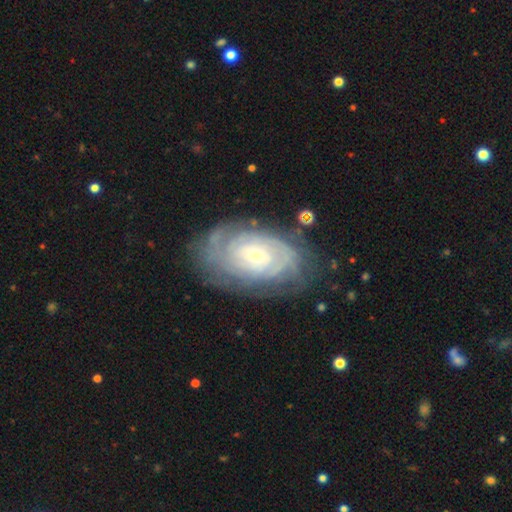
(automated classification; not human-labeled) smooth_or_featured: featured or disk (p=0.84) [alt: smooth p=0.10]
disk_edge_on: no (p=0.96) [alt: yes p=0.04]
bar: no (p=0.71) [alt: weak p=0.23]
has_spiral_arms: yes (p=0.95) [alt: no p=0.05]
spiral_winding: tight (p=0.82) [alt: medium p=0.15]
spiral_arm_count: can't tell (p=0.44) [alt: 2 p=0.16]
bulge_size: small (p=0.72) [alt: moderate p=0.23]
merging: none (p=0.75) [alt: minor disturbance p=0.17]